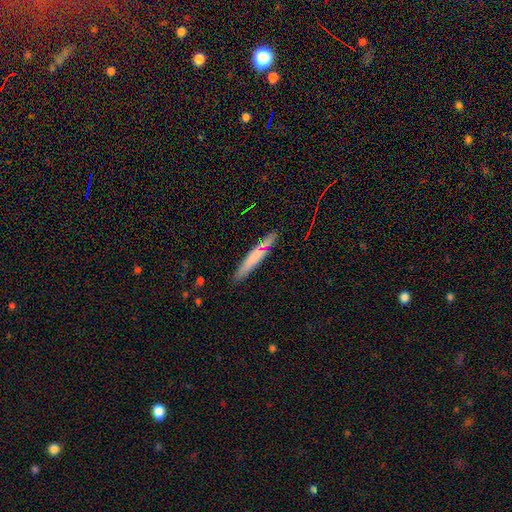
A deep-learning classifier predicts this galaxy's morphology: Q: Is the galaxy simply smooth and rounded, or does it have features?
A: smooth — 68%.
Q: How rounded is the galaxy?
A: cigar-shaped — 92%.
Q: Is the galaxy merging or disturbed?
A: none — 84%.